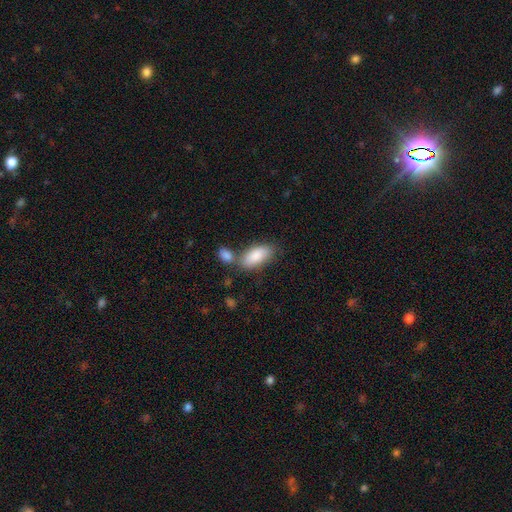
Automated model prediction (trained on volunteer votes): This is clearly a smooth galaxy (86%). How rounded: clearly in between (90%). Merging: possibly none (54%).